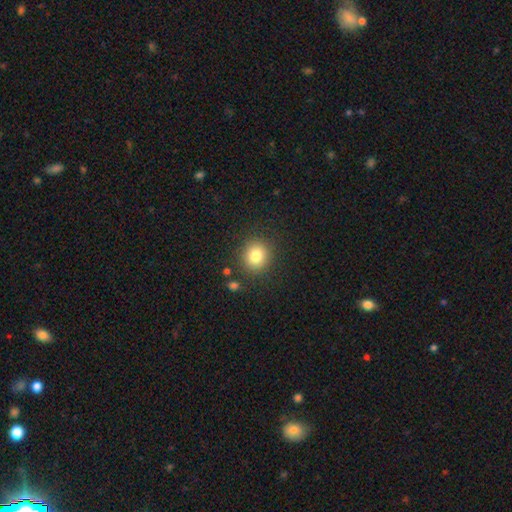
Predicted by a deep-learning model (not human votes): Overall: smooth (82%). How rounded: round (86%). Merging: none (87%).